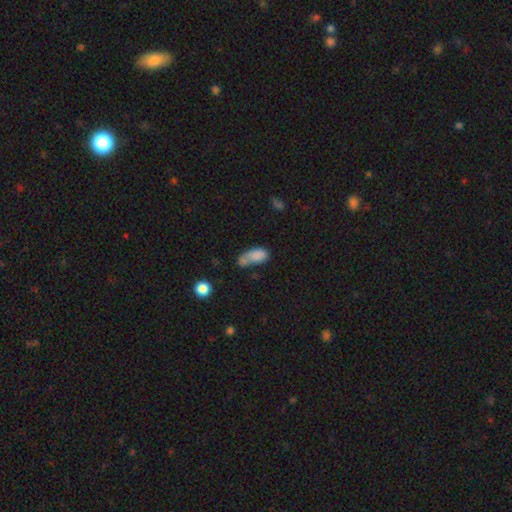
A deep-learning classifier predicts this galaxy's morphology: smooth-or-featured: smooth: 77% | featured or disk: 13% | star or artifact: 9%
  how-rounded: in between: 88% | cigar-shaped: 6% | round: 6%
  merging: none: 27% (tied) | merger: 27% (tied) | minor disturbance: 24% | major disturbance: 21%